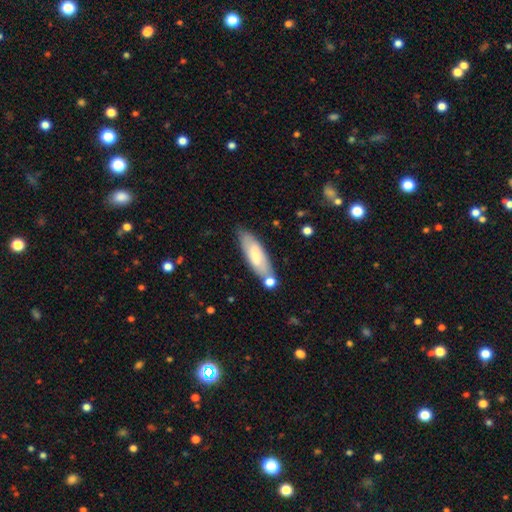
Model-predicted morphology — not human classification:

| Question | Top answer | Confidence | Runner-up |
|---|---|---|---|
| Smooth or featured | smooth | 64% | featured or disk (30%) |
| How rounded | cigar-shaped | 50% | in between (48%) |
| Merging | none | 69% | minor disturbance (16%) |